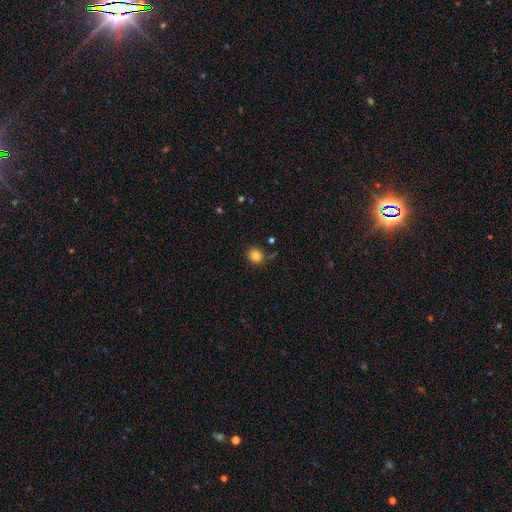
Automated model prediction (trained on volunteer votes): This appears to be a smooth galaxy with no disk features (83%) that is round (79%). Merging: none (77%).